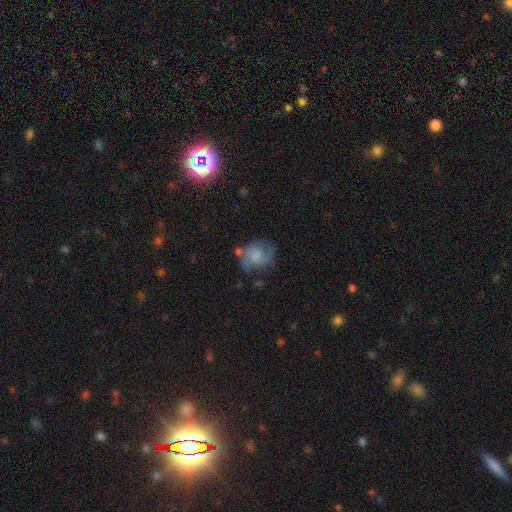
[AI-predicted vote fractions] A smooth galaxy with no disk features (47%).

Vote fractions:
- Smooth or featured? smooth: 47% / featured or disk: 43% / star or artifact: 9%
- Merging? none: 49% / minor disturbance: 26% / major disturbance: 18% / merger: 7%